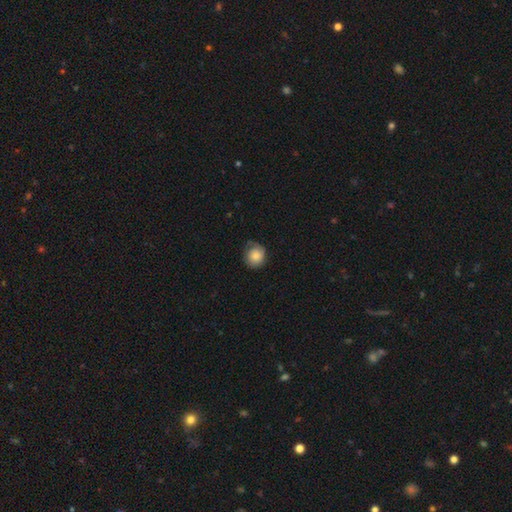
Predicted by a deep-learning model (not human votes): smooth 73%, featured or disk 19%, star or artifact 7%. Down the decision tree: how rounded — round (80%); merging — none (60%).